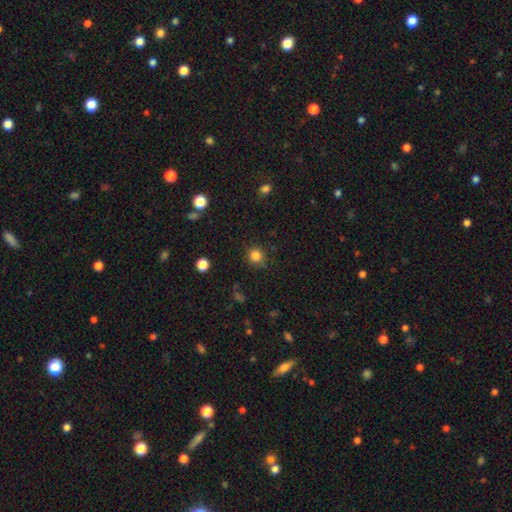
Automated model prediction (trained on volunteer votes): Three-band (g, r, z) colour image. It shows a smooth galaxy with no disk features (84%) that is round (89%). Merging: none (85%).